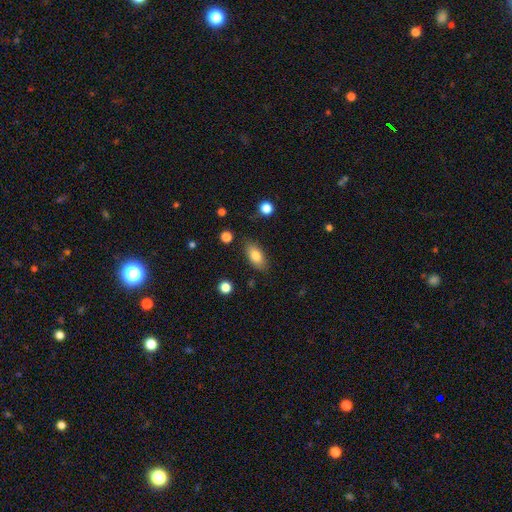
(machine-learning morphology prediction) Overall: smooth (79%). How rounded: in between (87%). Merging: none (82%).